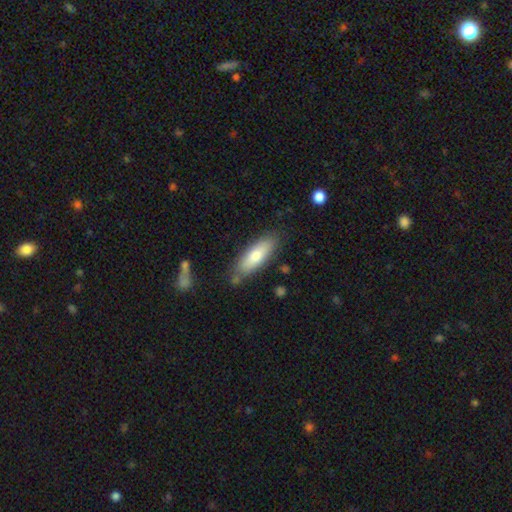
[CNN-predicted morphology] Q: Smooth or featured?
A: smooth (72%); runner-up: featured or disk (22%)
Q: How rounded?
A: in between (53%); runner-up: cigar-shaped (45%)
Q: Merging?
A: none (78%); runner-up: minor disturbance (14%)